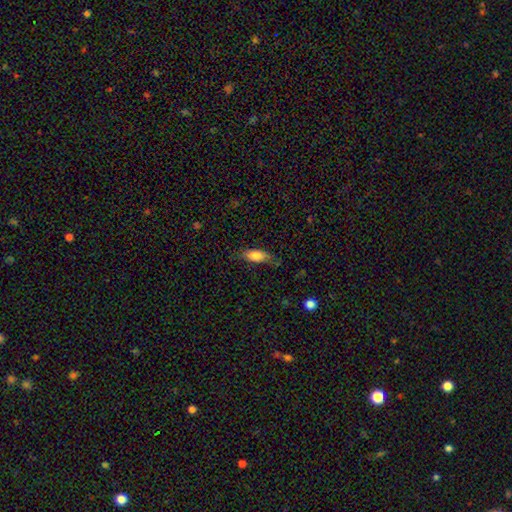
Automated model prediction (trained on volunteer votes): smooth 81%, featured or disk 11%, star or artifact 7%. Down the decision tree: how rounded — in between (78%); merging — none (65%).